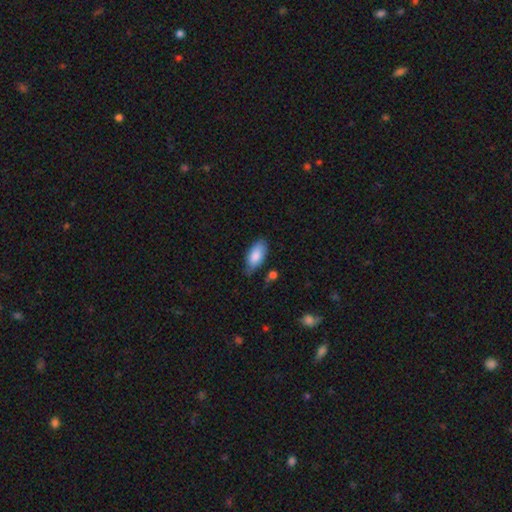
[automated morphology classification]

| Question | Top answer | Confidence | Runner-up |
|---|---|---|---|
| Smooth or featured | smooth | 84% | featured or disk (9%) |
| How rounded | in between | 91% | cigar-shaped (6%) |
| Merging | none | 63% | minor disturbance (29%) |